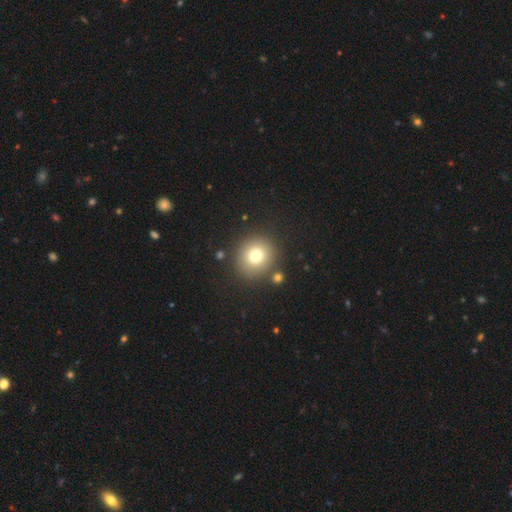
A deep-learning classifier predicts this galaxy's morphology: smooth 76%, star or artifact 13%, featured or disk 11%. Down the decision tree: how rounded — round (88%); merging — none (84%).